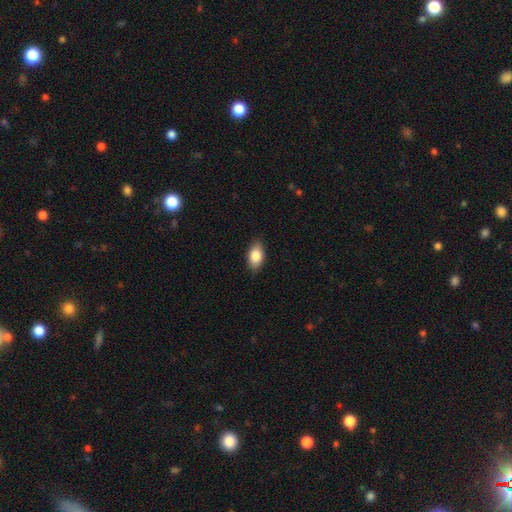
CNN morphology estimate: A smooth galaxy with no disk features (84%) that is in between round and cigar-shaped (91%). Merging: none (86%).